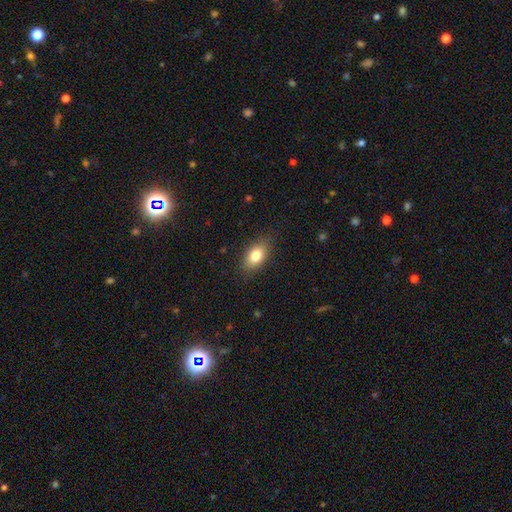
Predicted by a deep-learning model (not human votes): Smooth or featured? Predicted: smooth (p=0.80). How rounded? Predicted: in between (p=0.87). Merging? Predicted: none (p=0.84).